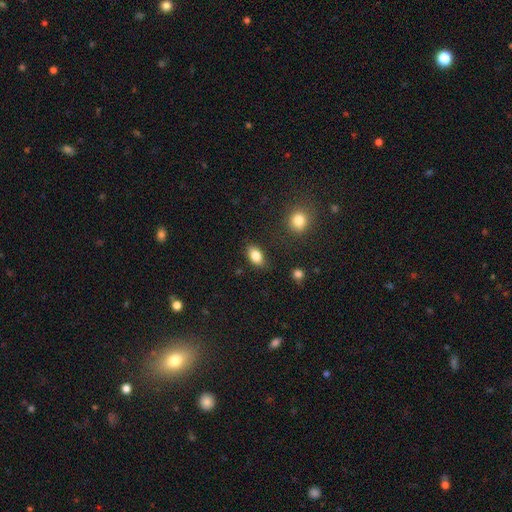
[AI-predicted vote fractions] smooth-or-featured: smooth: 83% | featured or disk: 9% | star or artifact: 9%
  how-rounded: in between: 89% | round: 8% | cigar-shaped: 3%
  merging: none: 83% | minor disturbance: 11% | major disturbance: 3% | merger: 2%